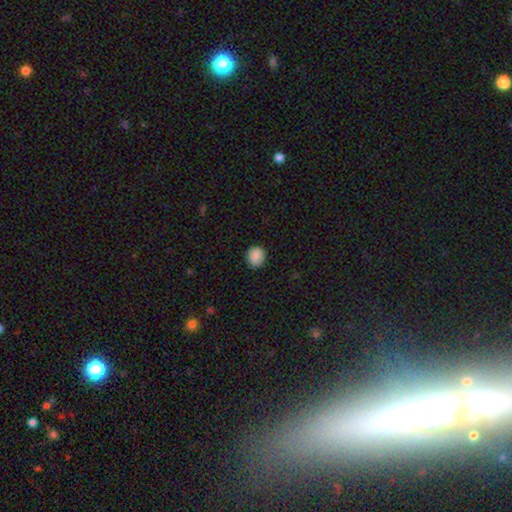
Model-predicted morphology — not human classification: Overall: smooth (88%). How rounded: round (78%). Merging: none (86%).